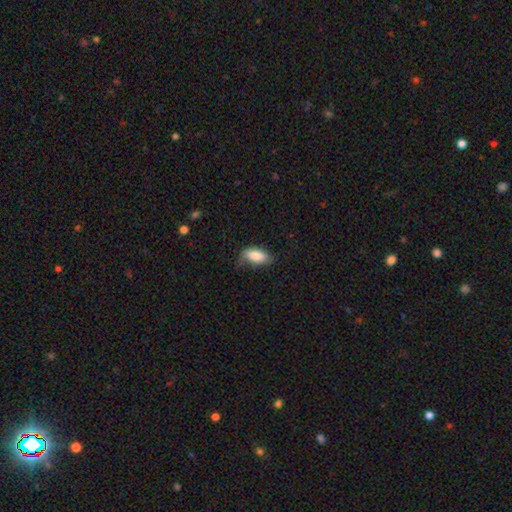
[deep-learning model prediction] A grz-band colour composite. It shows a smooth galaxy with no disk features (84%) that is in between round and cigar-shaped (88%). Merging: none (59%).